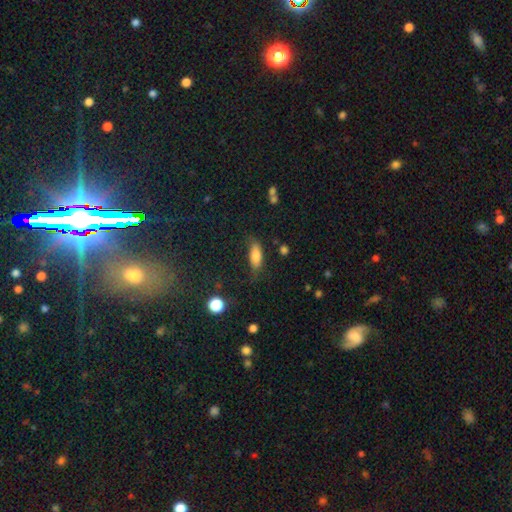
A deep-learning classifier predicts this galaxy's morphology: Q: Smooth or featured?
A: smooth (79%); runner-up: featured or disk (13%)
Q: How rounded?
A: in between (76%); runner-up: cigar-shaped (21%)
Q: Merging?
A: none (67%); runner-up: minor disturbance (23%)